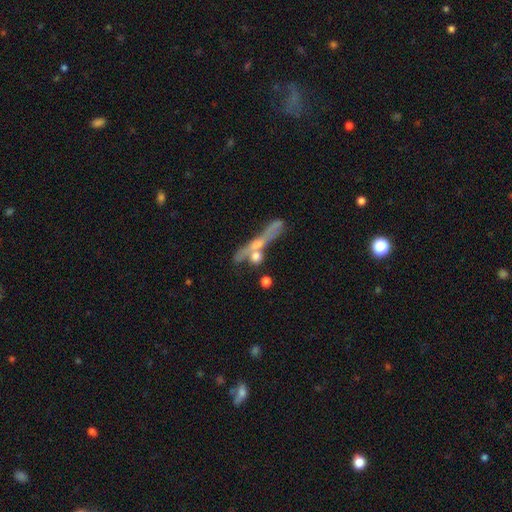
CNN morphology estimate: A smooth galaxy with no disk features (46%).

Vote fractions:
- Smooth or featured? smooth: 46% / featured or disk: 42% / star or artifact: 12%
- Merging? merger: 44% / none: 30% / major disturbance: 13% / minor disturbance: 12%